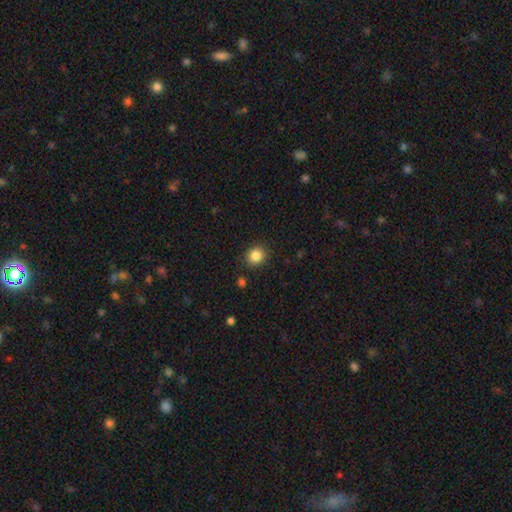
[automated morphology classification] Smooth or featured?
  - smooth: 85% *
  - star or artifact: 10%
  - featured or disk: 5%
How rounded?
  - round: 82% *
  - in between: 17%
  - cigar-shaped: 1%
Merging?
  - none: 89% *
  - minor disturbance: 7%
  - major disturbance: 2%
  - merger: 2%